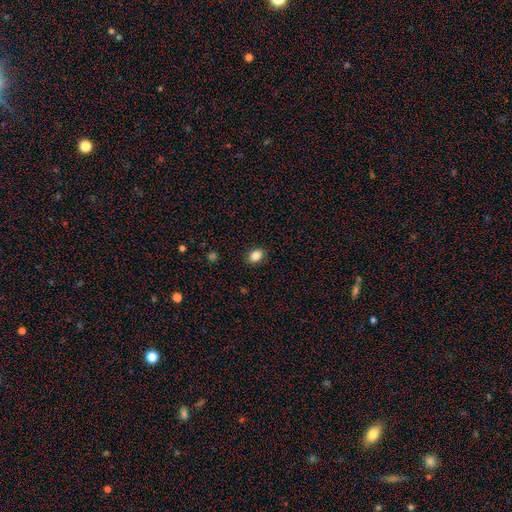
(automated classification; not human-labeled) smooth 86%, star or artifact 9%, featured or disk 5%. Down the decision tree: how rounded — in between (66%); merging — none (89%).